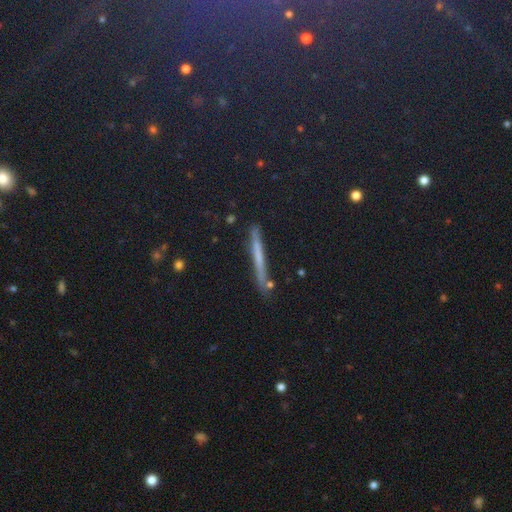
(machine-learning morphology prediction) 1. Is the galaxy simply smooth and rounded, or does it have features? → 36% star or artifact, 35% smooth, 30% featured or disk.